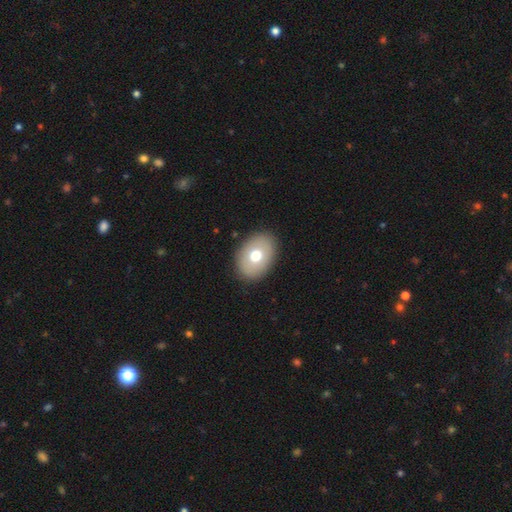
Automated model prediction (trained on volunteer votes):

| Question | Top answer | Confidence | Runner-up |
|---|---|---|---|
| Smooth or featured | smooth | 70% | featured or disk (22%) |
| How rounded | in between | 78% | round (21%) |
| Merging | none | 88% | minor disturbance (8%) |